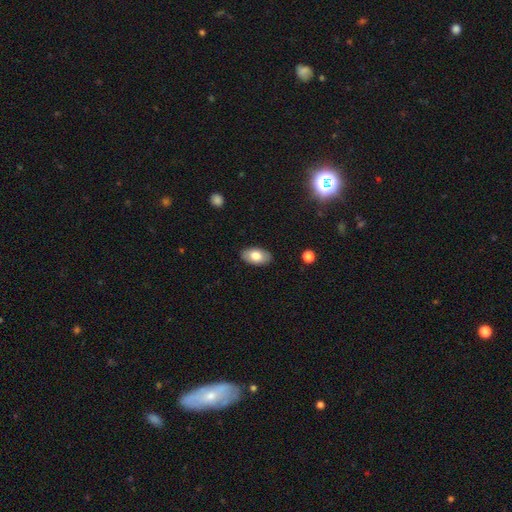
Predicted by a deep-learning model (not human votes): smooth_or_featured: smooth (p=0.78) [alt: featured or disk p=0.16]
how_rounded: in between (p=0.94) [alt: round p=0.04]
merging: none (p=0.88) [alt: minor disturbance p=0.09]